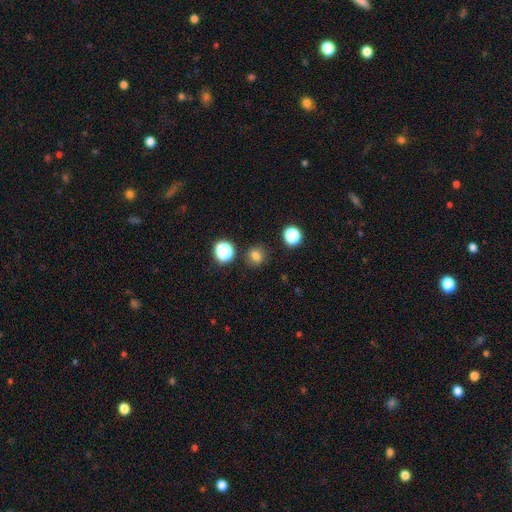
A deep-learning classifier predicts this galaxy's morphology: This appears to be a smooth galaxy with no disk features (76%) that is round (85%). Merging: none (87%).